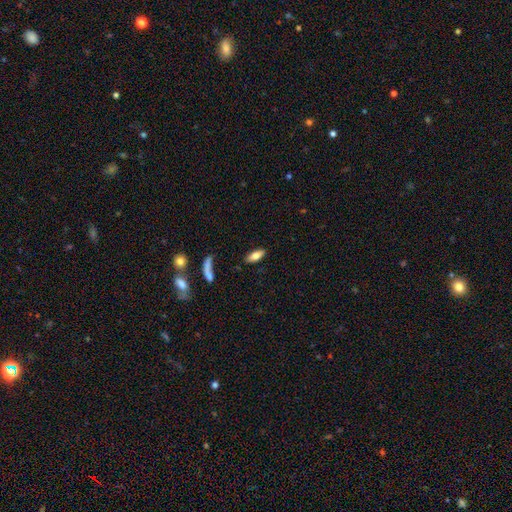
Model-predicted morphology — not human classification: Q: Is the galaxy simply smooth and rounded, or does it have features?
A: smooth — 74%.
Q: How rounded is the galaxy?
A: in between — 77%.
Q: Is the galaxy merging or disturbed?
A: none — 83%.